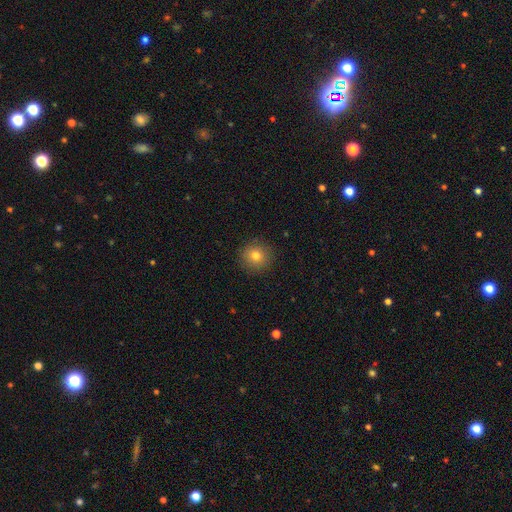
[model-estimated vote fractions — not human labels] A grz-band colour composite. It shows a smooth galaxy with no disk features (79%) that is round (93%). Merging: none (90%).